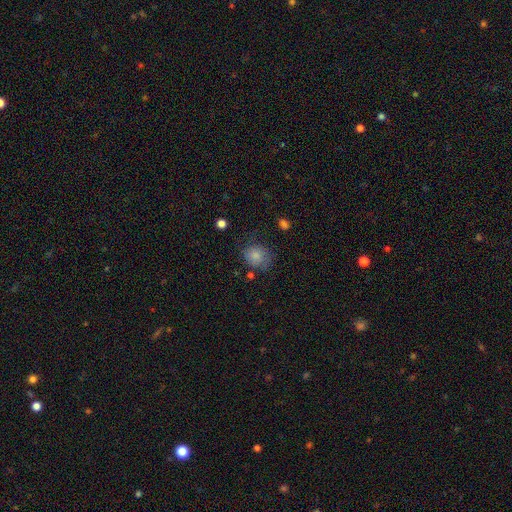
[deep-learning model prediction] Q: Smooth or featured?
A: smooth (81%); runner-up: featured or disk (10%)
Q: How rounded?
A: round (73%); runner-up: in between (26%)
Q: Merging?
A: none (64%); runner-up: minor disturbance (24%)